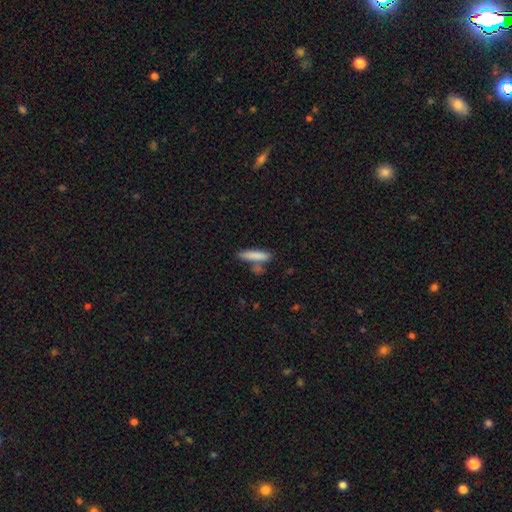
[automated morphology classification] Overall: smooth (82%). How rounded: cigar-shaped (81%). Merging: none (67%).